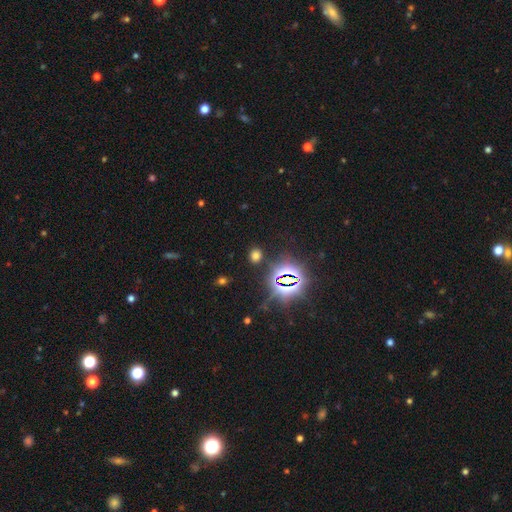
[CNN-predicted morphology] type=smooth (57%); roundness=round (55%); merging=none (85%).